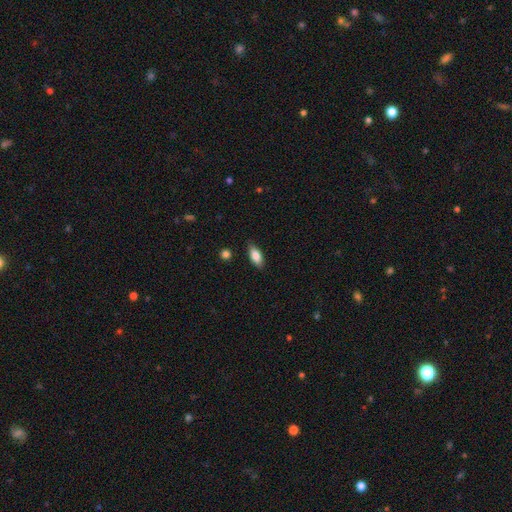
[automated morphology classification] Smooth or featured? smooth (85%)
How rounded? in between (85%)
Merging? none (85%)